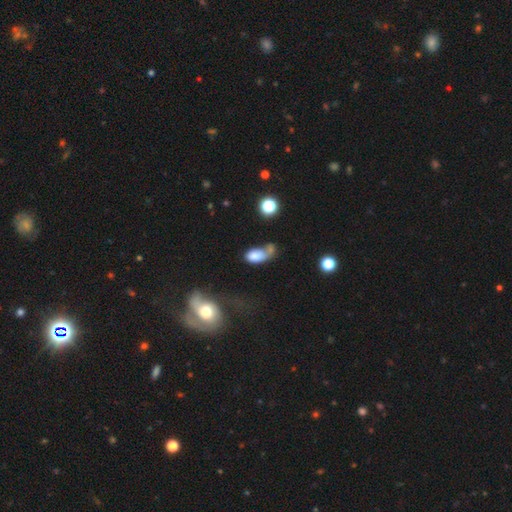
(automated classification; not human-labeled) Q: Smooth or featured?
A: smooth (69%); runner-up: featured or disk (20%)
Q: How rounded?
A: in between (86%); runner-up: round (10%)
Q: Merging?
A: merger (31%); runner-up: major disturbance (29%)